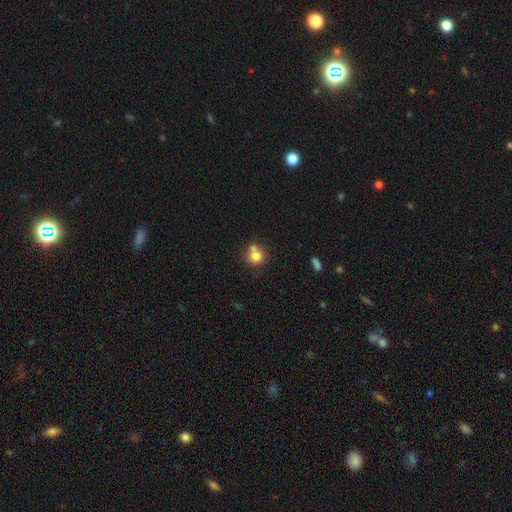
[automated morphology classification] Smooth or featured? smooth (78%)
How rounded? round (87%)
Merging? none (52%)